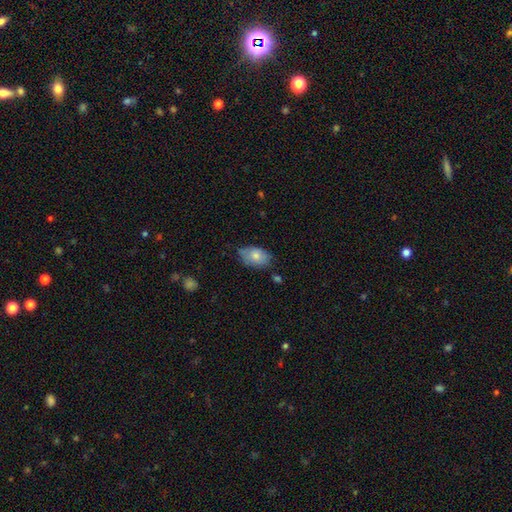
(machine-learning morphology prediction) A smooth galaxy with no disk features (76%) that is in between round and cigar-shaped (88%). Merging: none (58%).